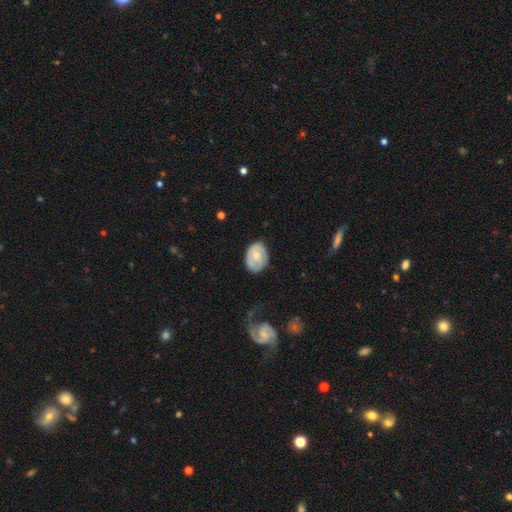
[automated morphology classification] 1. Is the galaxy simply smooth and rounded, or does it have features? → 58% smooth, 36% featured or disk, 6% star or artifact.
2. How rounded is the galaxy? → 76% in between, 23% round, 1% cigar-shaped.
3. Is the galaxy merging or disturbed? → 73% none, 21% minor disturbance, 5% major disturbance, 1% merger.